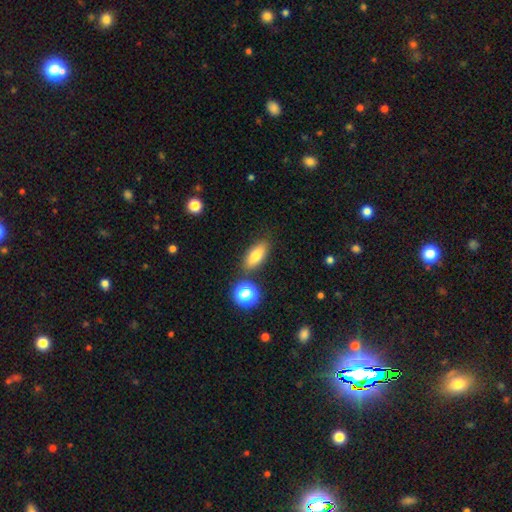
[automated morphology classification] Q: Smooth or featured?
A: smooth (76%); runner-up: featured or disk (15%)
Q: How rounded?
A: in between (75%); runner-up: cigar-shaped (19%)
Q: Merging?
A: none (81%); runner-up: minor disturbance (10%)